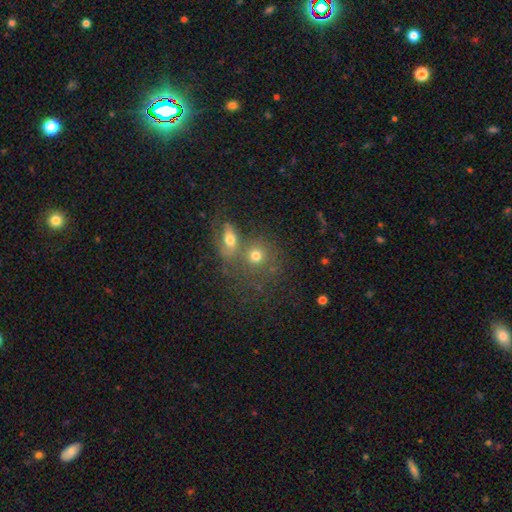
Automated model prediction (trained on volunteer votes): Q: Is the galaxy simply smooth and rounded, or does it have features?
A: smooth — 68%.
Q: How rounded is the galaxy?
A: round — 75%.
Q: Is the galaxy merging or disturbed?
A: none — 45%.